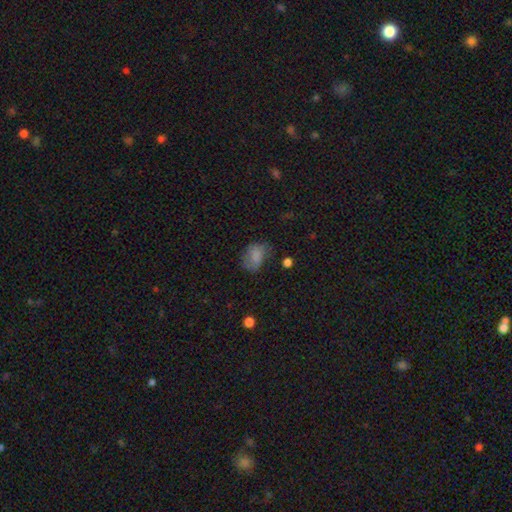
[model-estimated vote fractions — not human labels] Smooth or featured?
  - smooth: 74% *
  - featured or disk: 14%
  - star or artifact: 12%
How rounded?
  - in between: 76% *
  - round: 23%
  - cigar-shaped: 1%
Merging?
  - none: 48% *
  - minor disturbance: 31%
  - major disturbance: 19%
  - merger: 3%